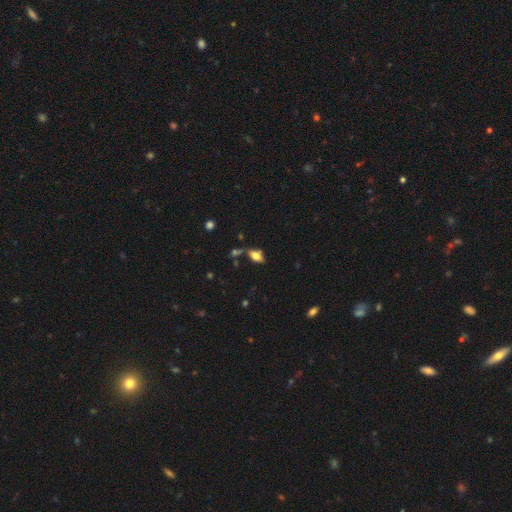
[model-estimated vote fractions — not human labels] Smooth or featured? Predicted: smooth (p=0.68). How rounded? Predicted: in between (p=0.87). Merging? Predicted: none (p=0.55).